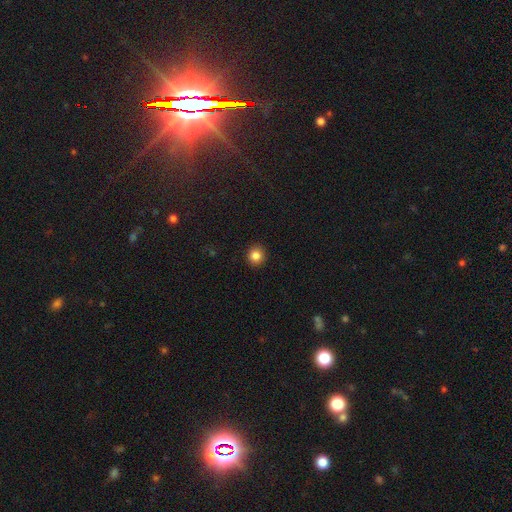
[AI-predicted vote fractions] Smooth or featured? Predicted: smooth (p=0.84). How rounded? Predicted: round (p=0.91). Merging? Predicted: none (p=0.93).